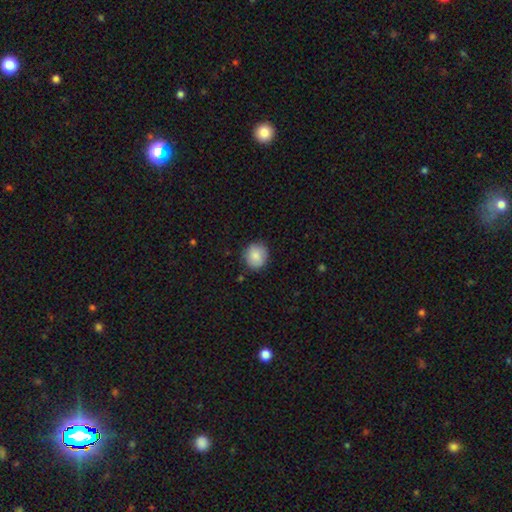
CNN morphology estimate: This appears to be a smooth galaxy with no disk features (85%) that is round (85%). Merging: none (84%).